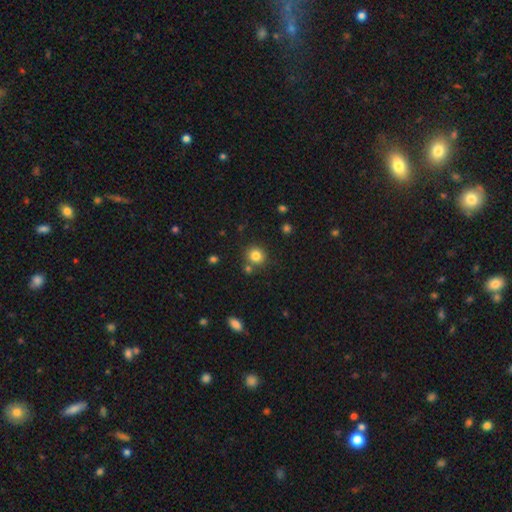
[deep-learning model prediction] Morphology: type=smooth (82%); roundness=round (86%); merging=none (78%).